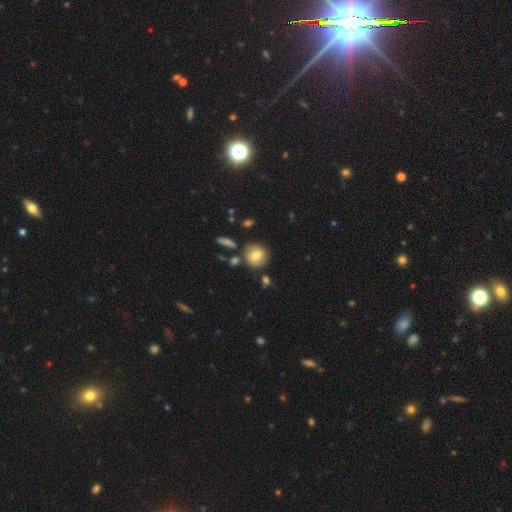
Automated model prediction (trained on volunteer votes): smooth_or_featured: smooth (p=0.75) [alt: featured or disk p=0.17]
how_rounded: round (p=0.77) [alt: in between p=0.22]
merging: none (p=0.74) [alt: minor disturbance p=0.14]